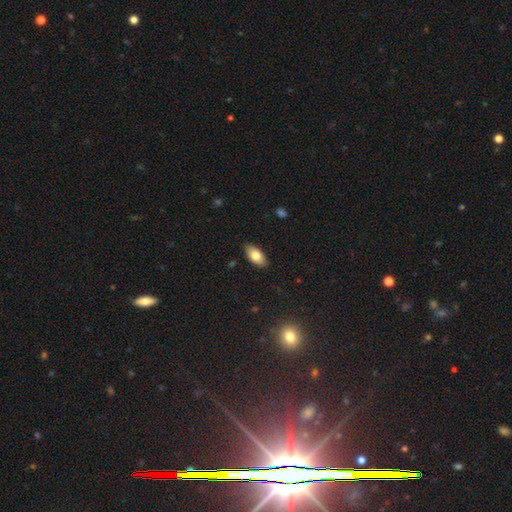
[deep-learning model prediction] The model was most divided on "smooth or featured": smooth: 77%, featured or disk: 15%, star or artifact: 7%. More confident: how rounded — in between (92%); merging — none (86%).